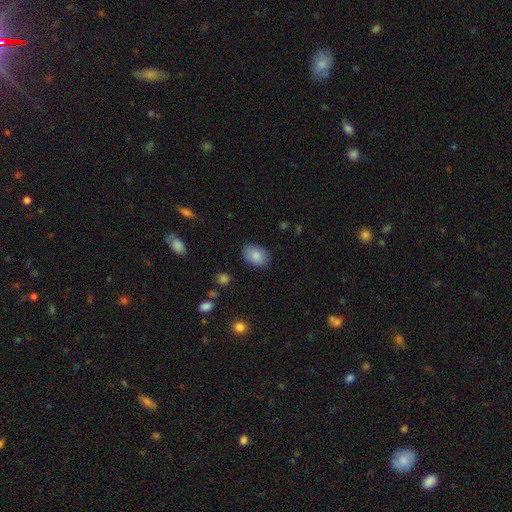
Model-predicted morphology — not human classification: type=smooth (86%); roundness=in between (84%); merging=none (83%).